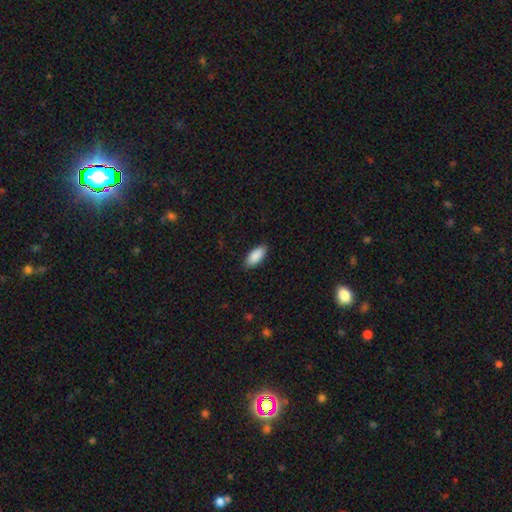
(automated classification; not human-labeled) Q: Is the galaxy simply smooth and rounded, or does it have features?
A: smooth — 90%.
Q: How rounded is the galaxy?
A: in between — 89%.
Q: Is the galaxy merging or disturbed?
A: none — 88%.